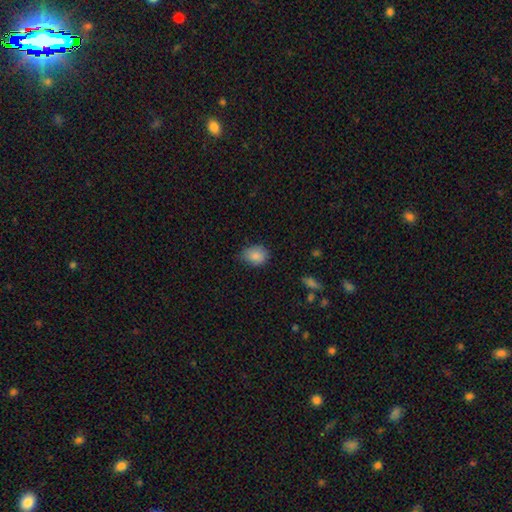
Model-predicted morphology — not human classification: Overall: smooth (86%). How rounded: in between (62%; round 37%). Merging: none (67%; minor disturbance 28%).